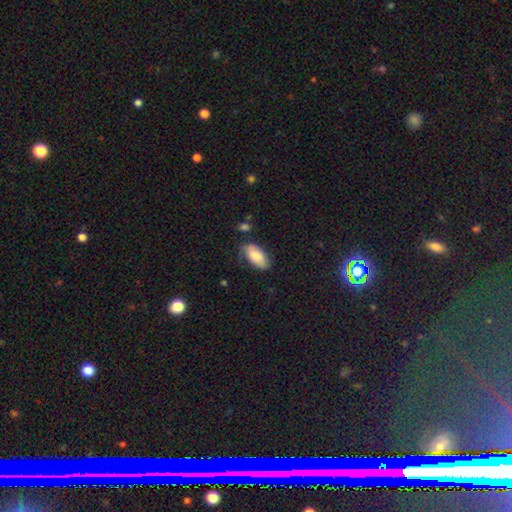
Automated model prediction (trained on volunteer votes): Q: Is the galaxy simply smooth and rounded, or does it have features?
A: smooth — 72%.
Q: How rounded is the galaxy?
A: in between — 93%.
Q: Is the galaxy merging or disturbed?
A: none — 60%.